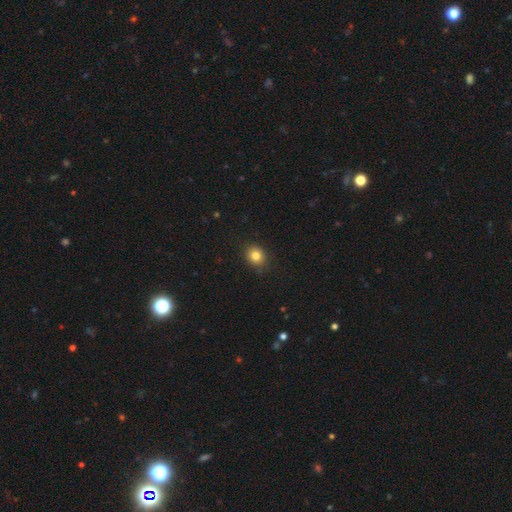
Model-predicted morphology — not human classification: A smooth galaxy with no disk features (83%) that is round (72%). Merging: none (87%).